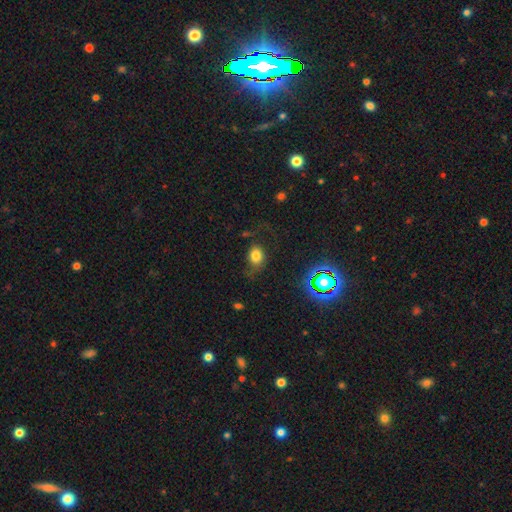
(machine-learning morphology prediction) The model was most divided on "how rounded": in between: 53%, round: 45%, cigar-shaped: 1%. More confident: smooth or featured — smooth (71%); merging — none (54%).